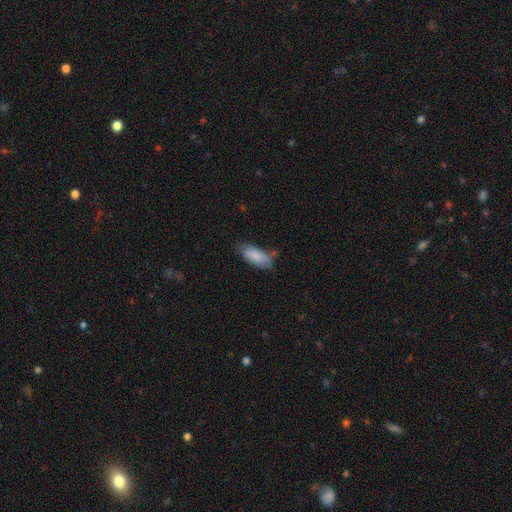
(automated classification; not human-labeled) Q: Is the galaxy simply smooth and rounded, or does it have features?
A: smooth — 83%.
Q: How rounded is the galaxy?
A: in between — 84%.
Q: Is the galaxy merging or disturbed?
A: none — 56%.